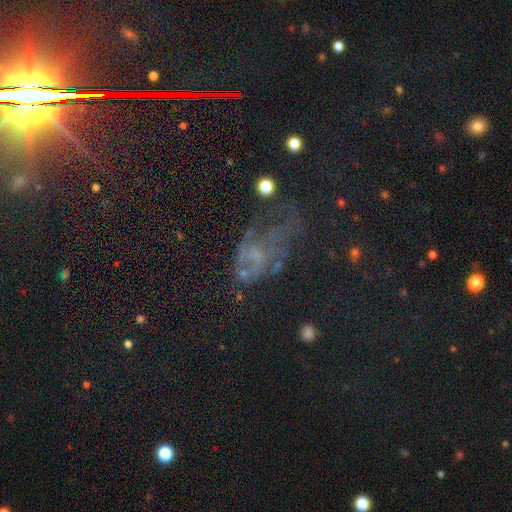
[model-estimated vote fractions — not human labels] This appears to be a star or artifact, not a galaxy (38%).